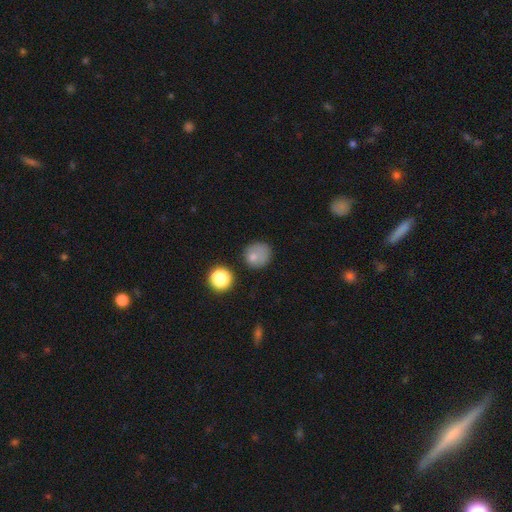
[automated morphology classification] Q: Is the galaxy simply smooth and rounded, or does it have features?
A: smooth — 77%.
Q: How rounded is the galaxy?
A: round — 84%.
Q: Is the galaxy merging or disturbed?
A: none — 64%.